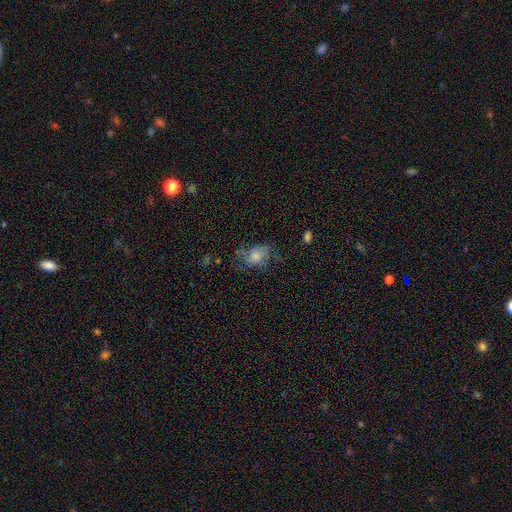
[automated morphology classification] Smooth or featured: smooth — 59% (featured or disk — 30%)
How rounded: in between — 72% (round — 26%)
Merging: none — 41% (major disturbance — 30%)